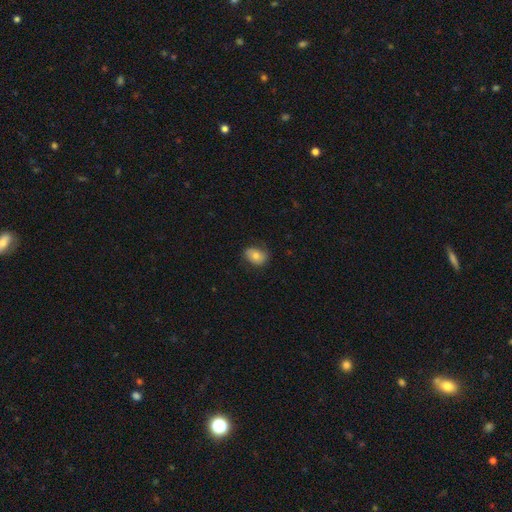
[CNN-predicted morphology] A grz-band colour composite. It shows a smooth galaxy with no disk features (68%) that is in between round and cigar-shaped (72%). Merging: none (72%).